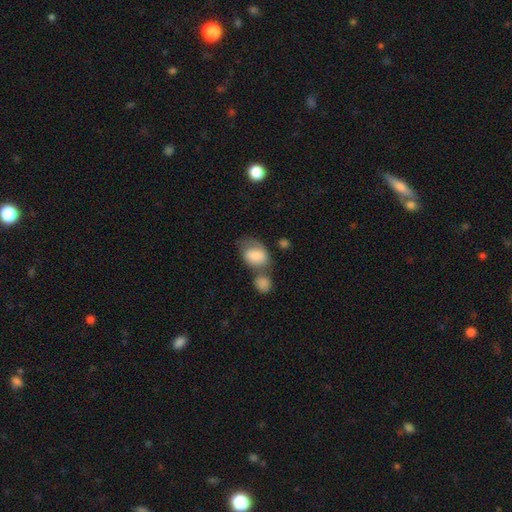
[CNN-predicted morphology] This appears to be a smooth galaxy with no disk features (75%) that is in between round and cigar-shaped (76%). Merging: merger (38%).